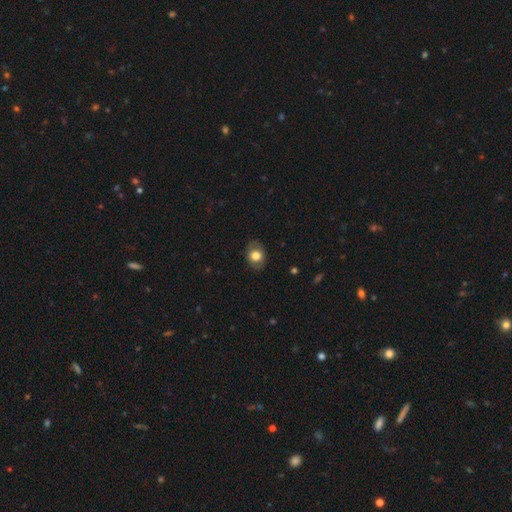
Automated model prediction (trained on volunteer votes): This is likely a smooth galaxy (74%). How rounded: likely in between (64%). Merging: clearly none (83%).